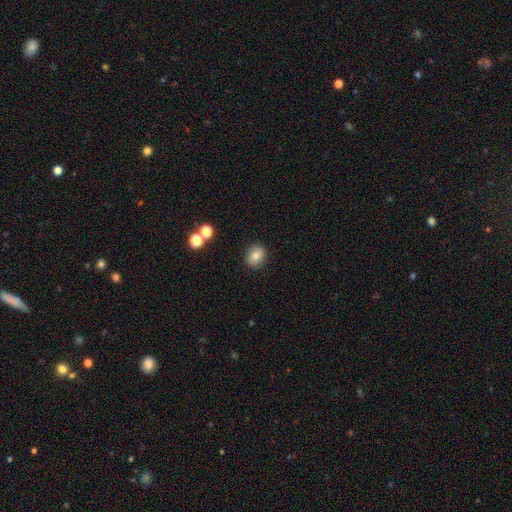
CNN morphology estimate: type=smooth (81%); roundness=round (54%); merging=none (88%).